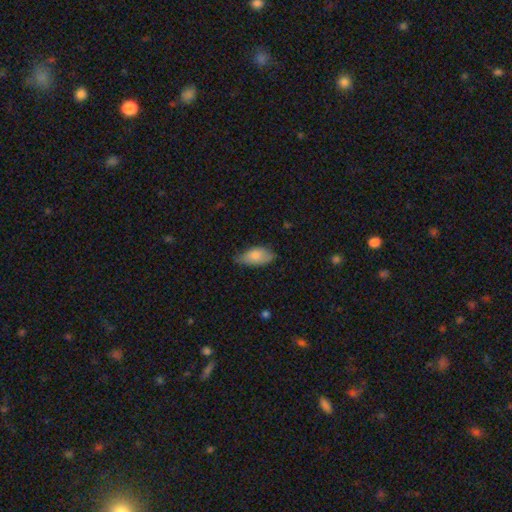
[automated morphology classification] smooth-or-featured: smooth: 80% | featured or disk: 14% | star or artifact: 6%
  how-rounded: in between: 91% | cigar-shaped: 5% | round: 3%
  merging: none: 58% | minor disturbance: 34% | major disturbance: 7% | merger: 1%